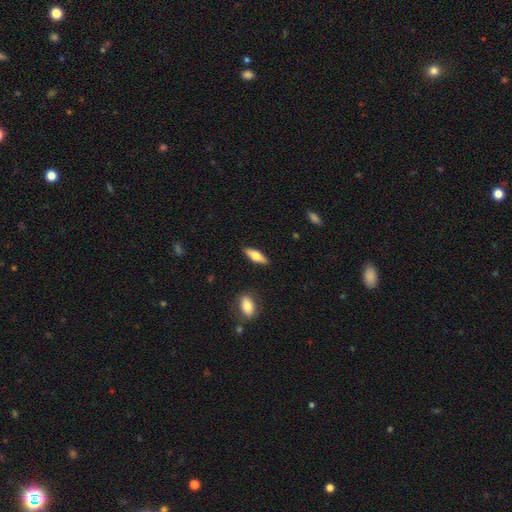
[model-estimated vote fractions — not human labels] Q: Smooth or featured?
A: smooth (57%); runner-up: featured or disk (37%)
Q: How rounded?
A: in between (51%); runner-up: cigar-shaped (46%)
Q: Merging?
A: none (88%); runner-up: minor disturbance (8%)